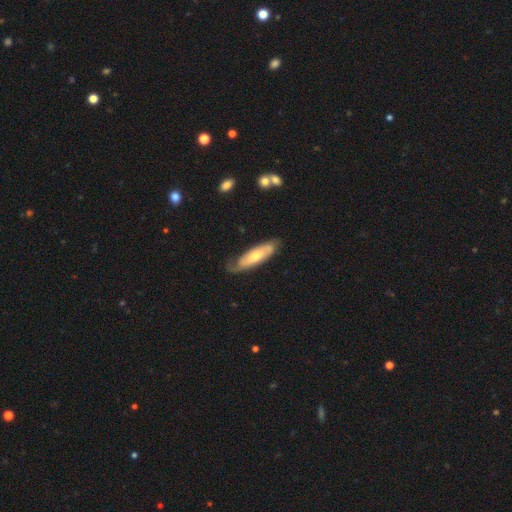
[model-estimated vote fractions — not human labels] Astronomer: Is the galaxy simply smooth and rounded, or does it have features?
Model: featured or disk — 61%.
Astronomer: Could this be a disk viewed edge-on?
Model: no — 73%.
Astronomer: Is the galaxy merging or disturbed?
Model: none — 66%.